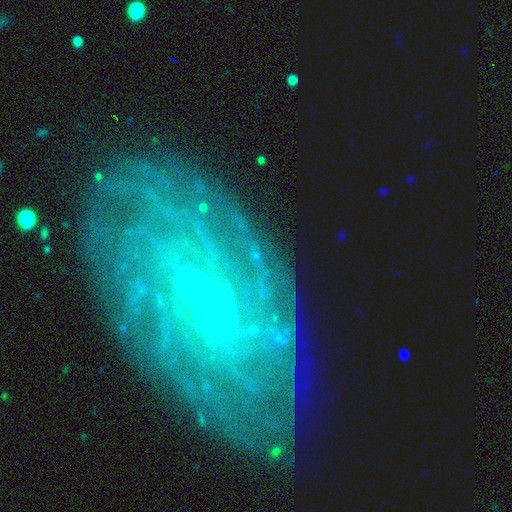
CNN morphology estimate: A featured or disk galaxy (82%) with no bar (71%), more than 4 (25%, tied with can't tell) tight (77%) spiral arms (96%) and a small central bulge (84%).

Vote fractions:
- Smooth or featured? featured or disk: 82% / star or artifact: 11% / smooth: 7%
- Edge-on disk? no: 95% / yes: 5%
- Bar? no: 71% / weak: 20% / strong: 9%
- Spiral arms? yes: 96% / no: 4%
- Spiral winding? tight: 77% / medium: 18% / loose: 5%
- Spiral arm count? more than 4: 25% (tied) / can't tell: 25% (tied) / 4: 15% / 2: 13% / 3: 12% / 1: 10%
- Bulge size? small: 84% / moderate: 8% / none: 5% / large: 2% / dominant: 1%
- Merging? none: 81% / minor disturbance: 12% / major disturbance: 5% / merger: 2%